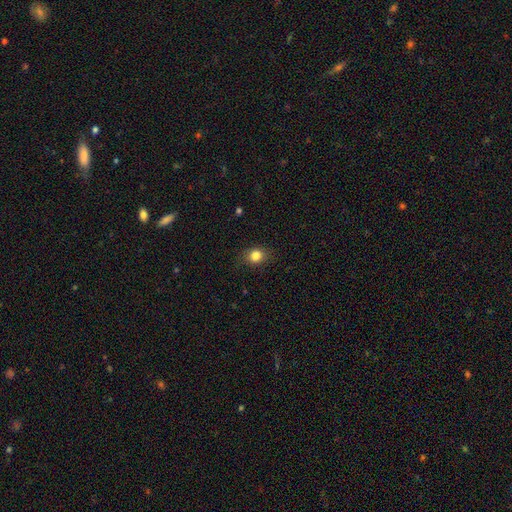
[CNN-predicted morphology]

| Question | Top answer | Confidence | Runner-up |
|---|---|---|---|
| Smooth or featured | smooth | 83% | star or artifact (11%) |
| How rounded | round | 63% | in between (36%) |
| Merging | none | 82% | minor disturbance (13%) |